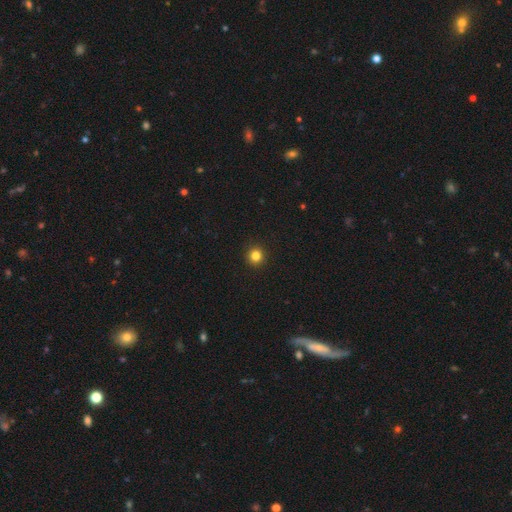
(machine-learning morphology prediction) Smooth or featured: smooth — 83% (star or artifact — 13%)
How rounded: round — 94% (in between — 5%)
Merging: none — 93% (minor disturbance — 4%)